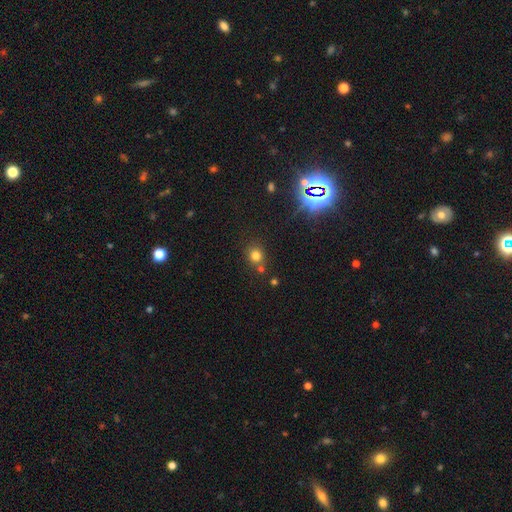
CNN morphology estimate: A smooth galaxy with no disk features (74%) that is round (82%). Merging: none (71%).